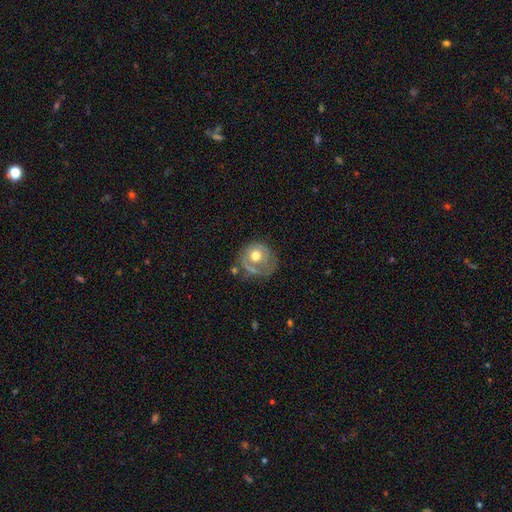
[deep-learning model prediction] Morphology: type=smooth (48%); merging=none (44%).